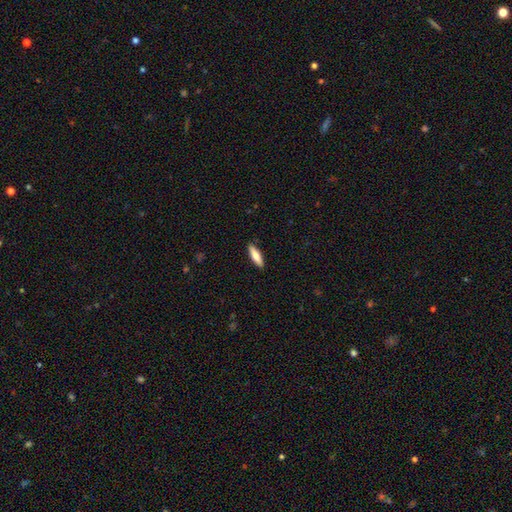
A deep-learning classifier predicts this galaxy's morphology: A smooth galaxy with no disk features (72%) that is cigar-shaped (62%).

Vote fractions:
- Smooth or featured? smooth: 72% / featured or disk: 22% / star or artifact: 6%
- How rounded? cigar-shaped: 62% / in between: 36% / round: 2%
- Merging? none: 89% / minor disturbance: 8% / major disturbance: 2% / merger: 1%